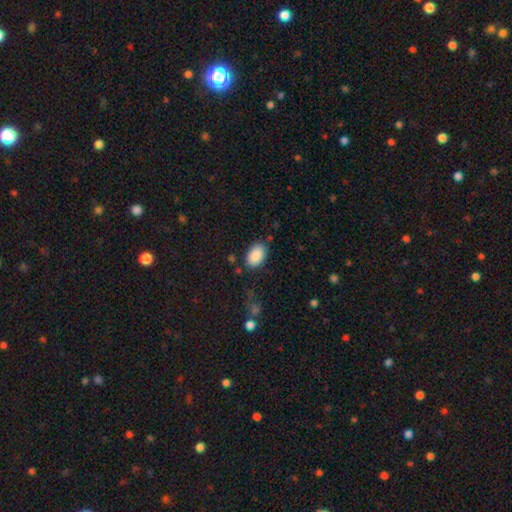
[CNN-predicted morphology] Smooth or featured?
  - smooth: 89% *
  - star or artifact: 7%
  - featured or disk: 4%
How rounded?
  - in between: 90% *
  - round: 9%
  - cigar-shaped: 1%
Merging?
  - none: 82% *
  - minor disturbance: 13%
  - major disturbance: 3%
  - merger: 2%